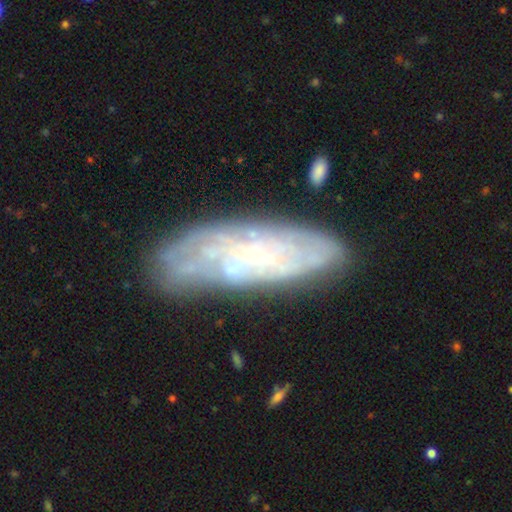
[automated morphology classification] featured or disk 68%, smooth 24%, star or artifact 8%. Down the decision tree: edge-on disk — no (81%); bar — no (60%); spiral arms — yes (65%); bulge size — small (55%); merging — none (72%).